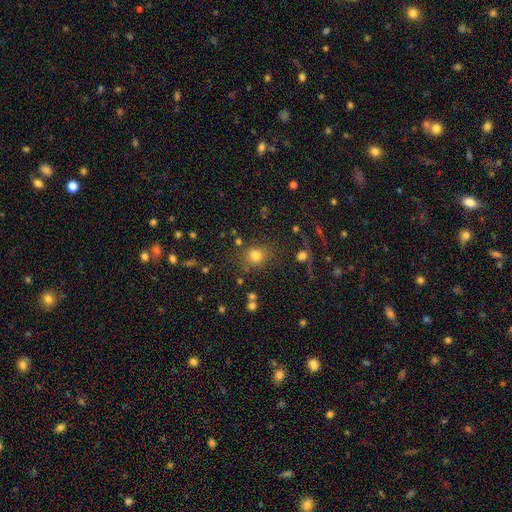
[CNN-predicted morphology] Smooth or featured? Predicted: smooth (p=0.74). How rounded? Predicted: round (p=0.75). Merging? Predicted: none (p=0.75).